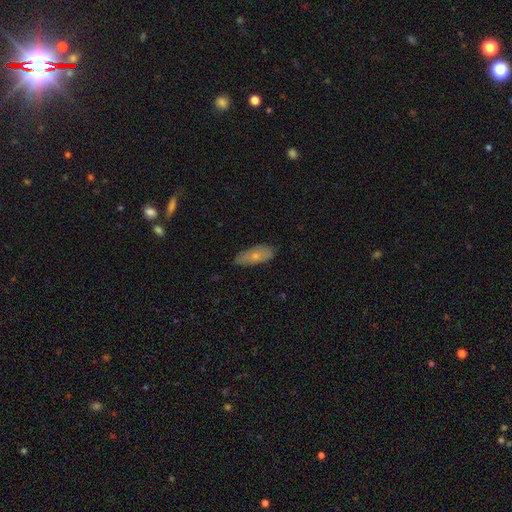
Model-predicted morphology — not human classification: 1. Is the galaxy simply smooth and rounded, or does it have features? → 67% smooth, 26% featured or disk, 7% star or artifact.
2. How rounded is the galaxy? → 74% in between, 23% cigar-shaped, 3% round.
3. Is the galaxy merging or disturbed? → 82% none, 15% minor disturbance, 3% major disturbance, 1% merger.